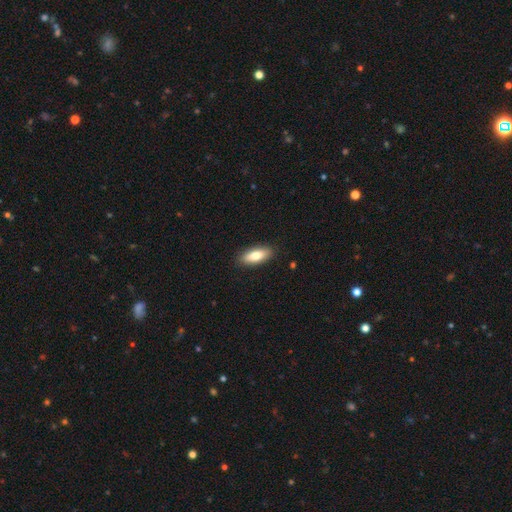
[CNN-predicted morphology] A smooth galaxy with no disk features (79%) that is in between round and cigar-shaped (74%).

Vote fractions:
- Smooth or featured? smooth: 79% / featured or disk: 15% / star or artifact: 6%
- How rounded? in between: 74% / cigar-shaped: 23% / round: 2%
- Merging? none: 89% / minor disturbance: 8% / major disturbance: 2% / merger: 1%